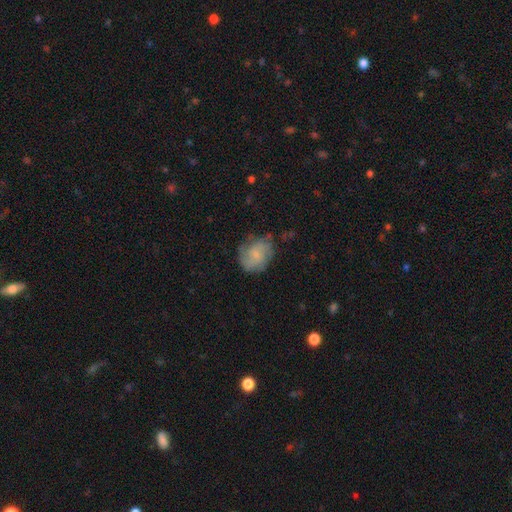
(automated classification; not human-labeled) Smooth or featured?
  - featured or disk: 48% *
  - smooth: 44%
  - star or artifact: 8%
Merging?
  - none: 62% *
  - minor disturbance: 26%
  - major disturbance: 11%
  - merger: 2%